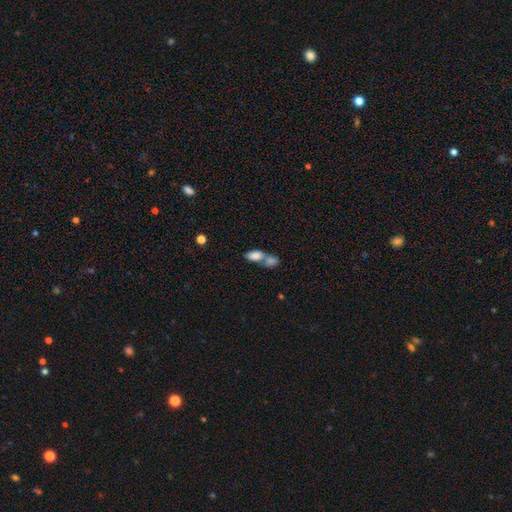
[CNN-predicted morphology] Smooth or featured: smooth — 81% (featured or disk — 11%)
How rounded: in between — 89% (round — 6%)
Merging: merger — 67% (none — 23%)